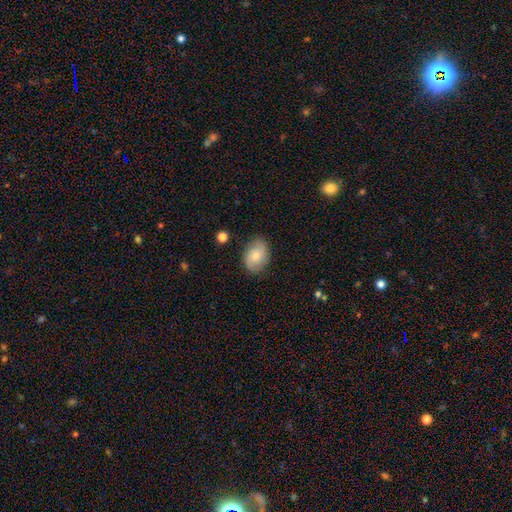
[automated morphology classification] smooth 62%, featured or disk 30%, star or artifact 8%. Down the decision tree: how rounded — in between (69%); merging — none (81%).